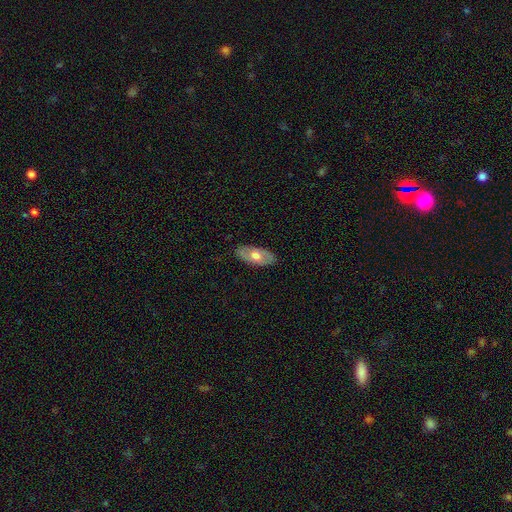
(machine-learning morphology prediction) Smooth or featured? Predicted: smooth (p=0.54). How rounded? Predicted: in between (p=0.91). Merging? Predicted: none (p=0.85).